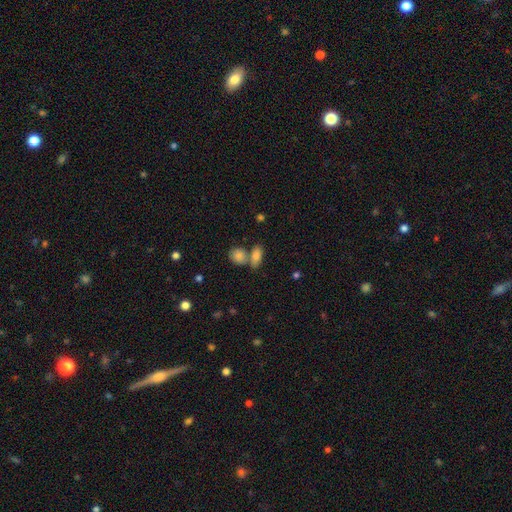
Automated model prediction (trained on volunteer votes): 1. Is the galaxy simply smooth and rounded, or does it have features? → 82% smooth, 10% featured or disk, 8% star or artifact.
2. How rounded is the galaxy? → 83% in between, 9% round, 8% cigar-shaped.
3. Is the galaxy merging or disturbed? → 47% none, 39% merger, 10% minor disturbance, 4% major disturbance.